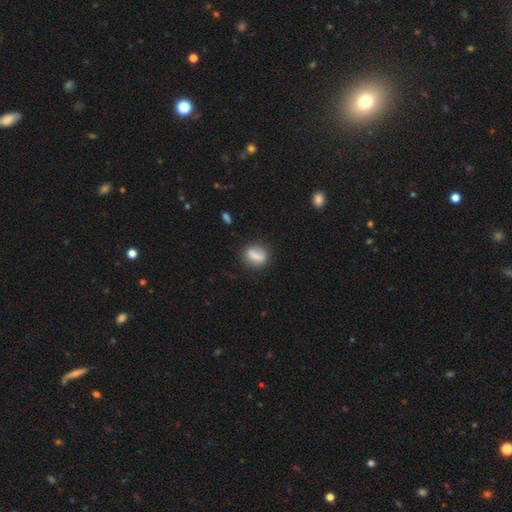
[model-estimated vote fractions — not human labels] Morphology: type=smooth (65%); roundness=in between (48%); merging=none (73%).